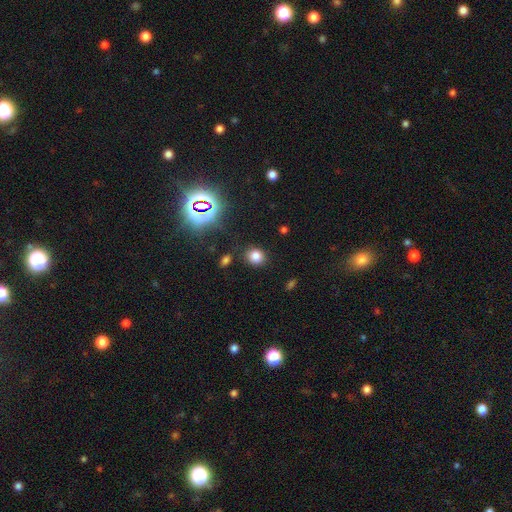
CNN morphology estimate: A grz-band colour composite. It shows a smooth galaxy with no disk features (76%) that is round (74%). Merging: none (84%).